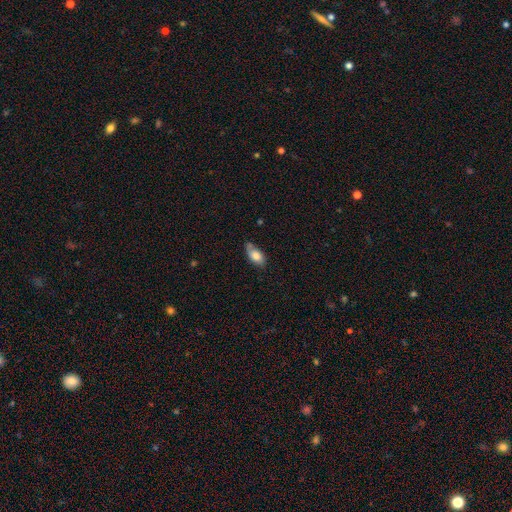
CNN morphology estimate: type=smooth (78%); roundness=in between (90%); merging=none (55%).